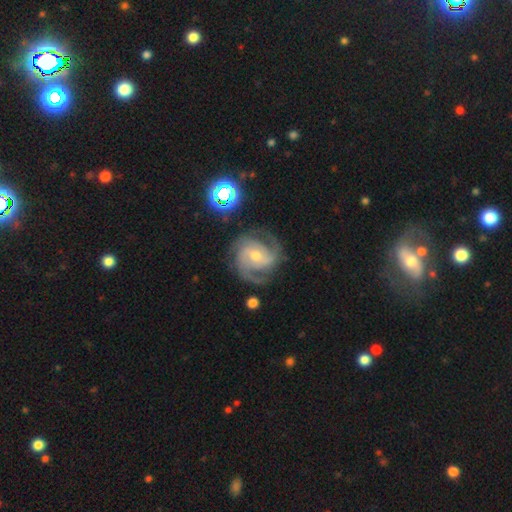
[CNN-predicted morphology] Q: Smooth or featured?
A: featured or disk (89%); runner-up: star or artifact (6%)
Q: Edge-on disk?
A: no (98%); runner-up: yes (2%)
Q: Bar?
A: no (43%); tied with: weak (43%)
Q: Spiral arms?
A: yes (98%); runner-up: no (2%)
Q: Spiral winding?
A: medium (45%); tied with: tight (45%)
Q: Spiral arm count?
A: 3 (39%); runner-up: 2 (35%)
Q: Bulge size?
A: moderate (55%); runner-up: small (41%)
Q: Merging?
A: none (73%); runner-up: minor disturbance (16%)